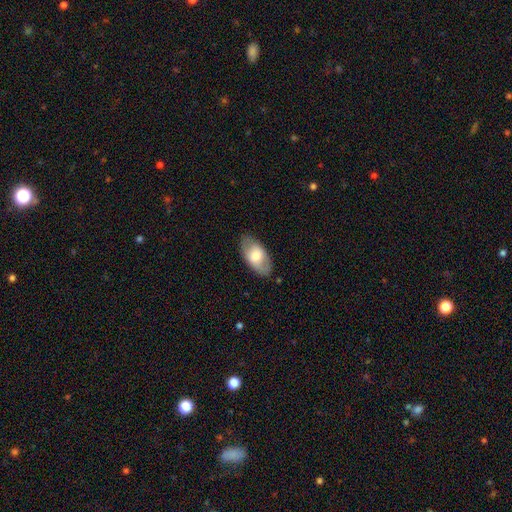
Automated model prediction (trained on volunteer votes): This appears to be a smooth galaxy with no disk features (66%) that is in between round and cigar-shaped (94%). Merging: none (82%).